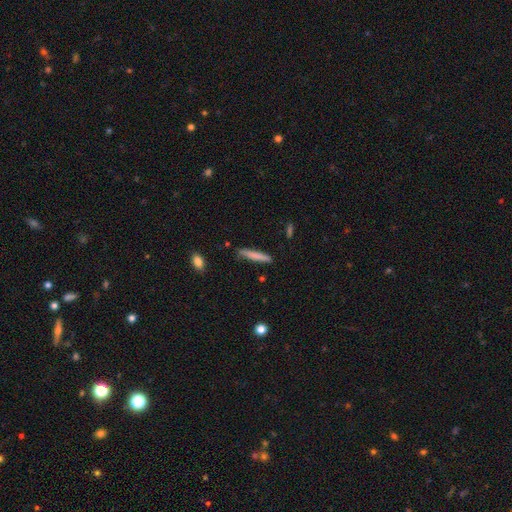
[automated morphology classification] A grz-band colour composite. It shows a smooth galaxy with no disk features (75%) that is cigar-shaped (94%). Merging: none (84%).